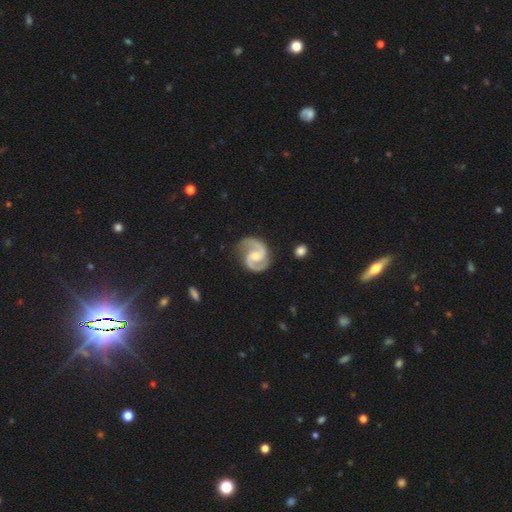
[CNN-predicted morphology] Smooth or featured? Predicted: featured or disk (p=0.93). Edge-on disk? Predicted: no (p=0.99). Bar? Predicted: no (p=0.49). Spiral arms? Predicted: yes (p=0.99). Spiral winding? Predicted: medium (p=0.64). Spiral arm count? Predicted: 2 (p=0.95). Bulge size? Predicted: moderate (p=0.49). Merging? Predicted: none (p=0.82).